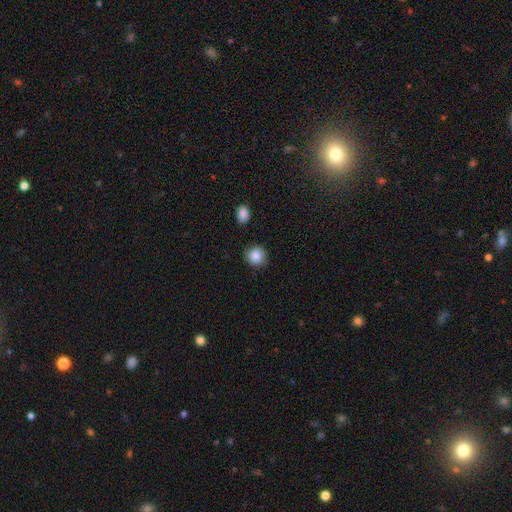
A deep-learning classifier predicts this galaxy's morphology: This appears to be a smooth galaxy with no disk features (88%) that is round (89%). Merging: none (86%).